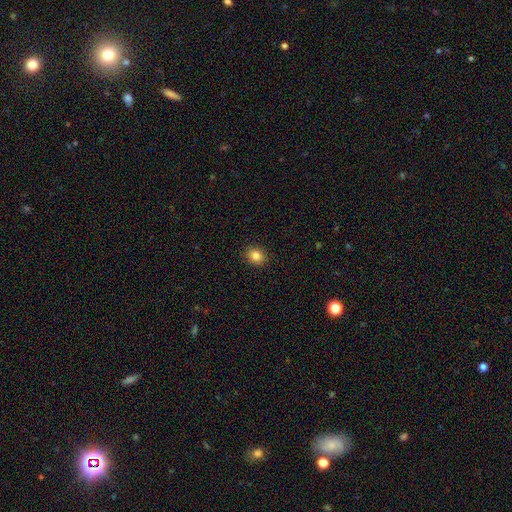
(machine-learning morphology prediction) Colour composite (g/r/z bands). It shows a smooth galaxy with no disk features (85%) that is round (65%). Merging: none (90%).